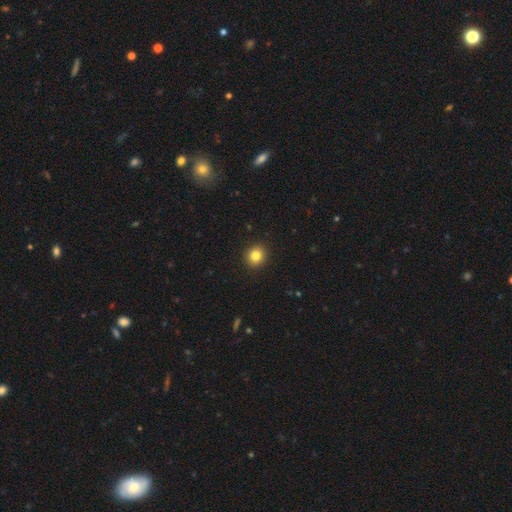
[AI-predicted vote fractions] smooth 82%, star or artifact 11%, featured or disk 7%. Down the decision tree: how rounded — round (85%); merging — none (92%).